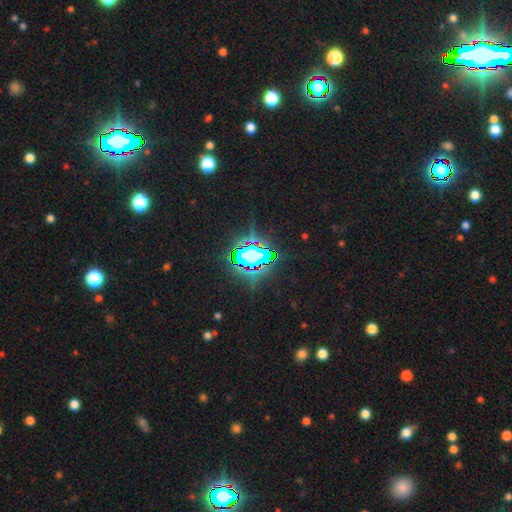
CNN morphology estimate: Q: Smooth or featured?
A: star or artifact (83%); runner-up: smooth (10%)